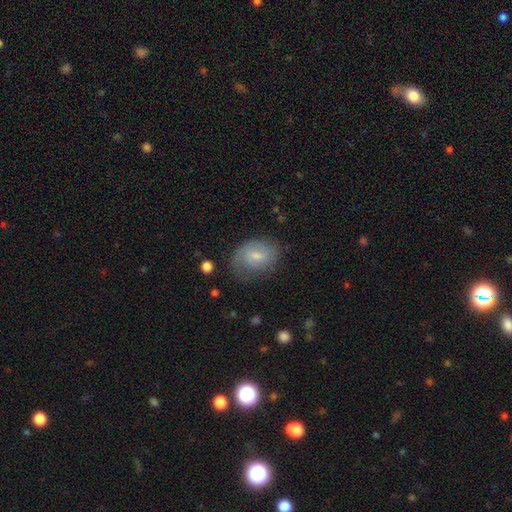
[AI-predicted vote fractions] smooth_or_featured: smooth (p=0.59) [alt: featured or disk p=0.33]
how_rounded: in between (p=0.75) [alt: round p=0.24]
merging: none (p=0.63) [alt: minor disturbance p=0.26]